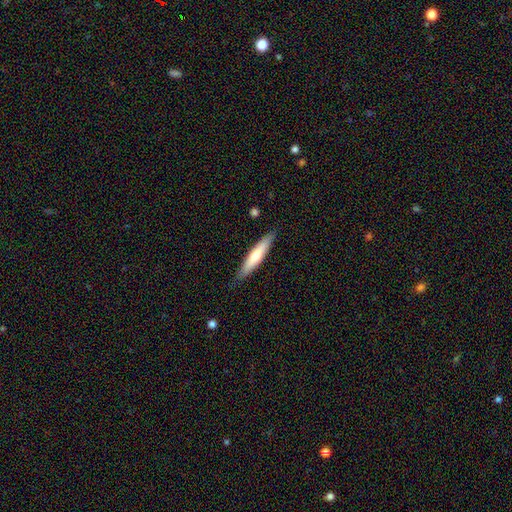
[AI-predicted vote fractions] This is possibly a smooth galaxy (57%). How rounded: clearly cigar-shaped (87%). Merging: clearly none (86%).